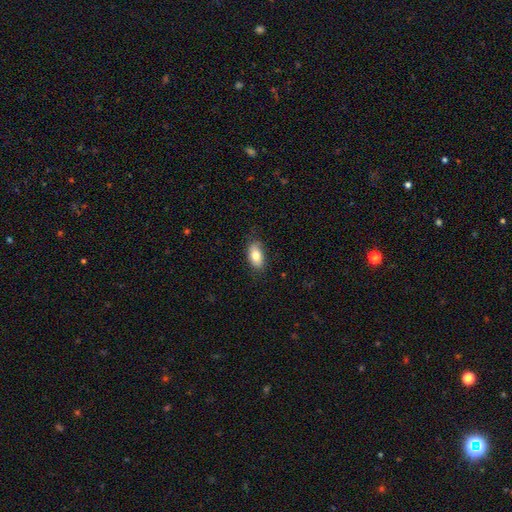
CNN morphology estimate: Smooth or featured? Predicted: smooth (p=0.77). How rounded? Predicted: in between (p=0.90). Merging? Predicted: none (p=0.79).